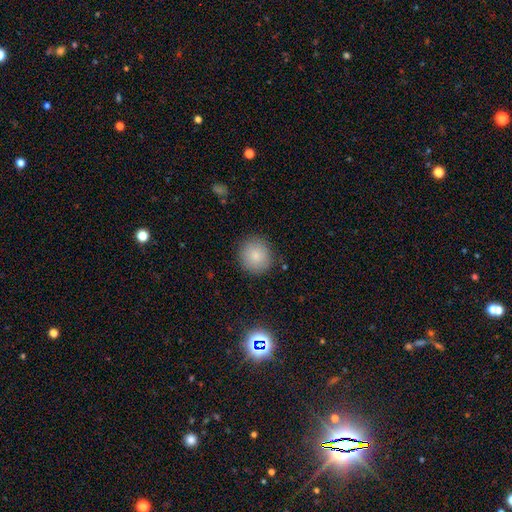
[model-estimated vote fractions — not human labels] A smooth galaxy with no disk features (85%) that is round (92%).

Vote fractions:
- Smooth or featured? smooth: 85% / star or artifact: 8% / featured or disk: 7%
- How rounded? round: 92% / in between: 7% / cigar-shaped: 1%
- Merging? none: 87% / minor disturbance: 8% / major disturbance: 3% / merger: 1%